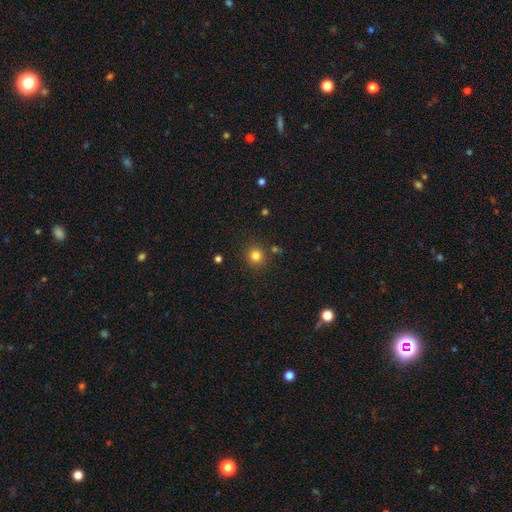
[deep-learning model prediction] Smooth or featured?
  - smooth: 82% *
  - star or artifact: 13%
  - featured or disk: 5%
How rounded?
  - round: 90% *
  - in between: 9%
  - cigar-shaped: 1%
Merging?
  - none: 85% *
  - minor disturbance: 8%
  - merger: 4%
  - major disturbance: 3%